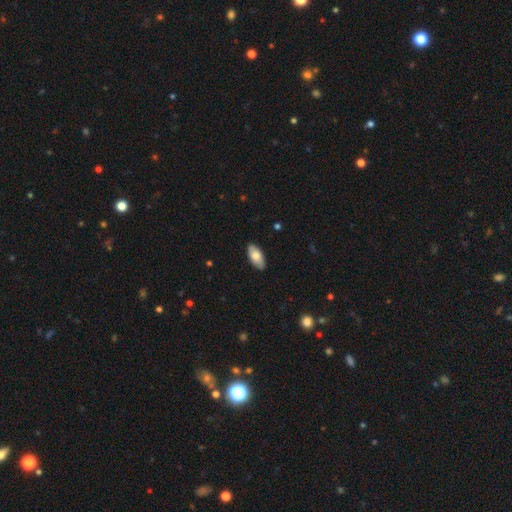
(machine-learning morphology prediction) Smooth or featured? smooth (77%)
How rounded? in between (92%)
Merging? none (88%)